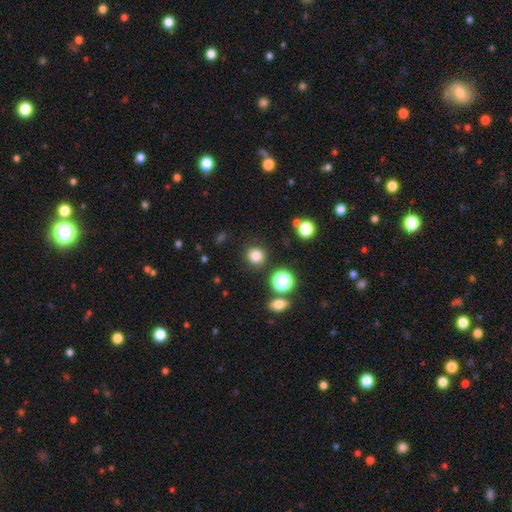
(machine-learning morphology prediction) A smooth galaxy with no disk features (81%) that is round (90%). Merging: none (87%).